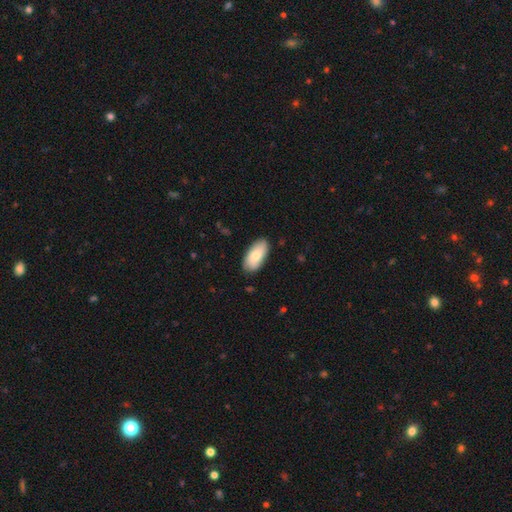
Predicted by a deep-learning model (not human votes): Smooth or featured?
  - smooth: 77% *
  - featured or disk: 17%
  - star or artifact: 6%
How rounded?
  - in between: 92% *
  - cigar-shaped: 6%
  - round: 2%
Merging?
  - none: 84% *
  - minor disturbance: 13%
  - major disturbance: 2%
  - merger: 1%